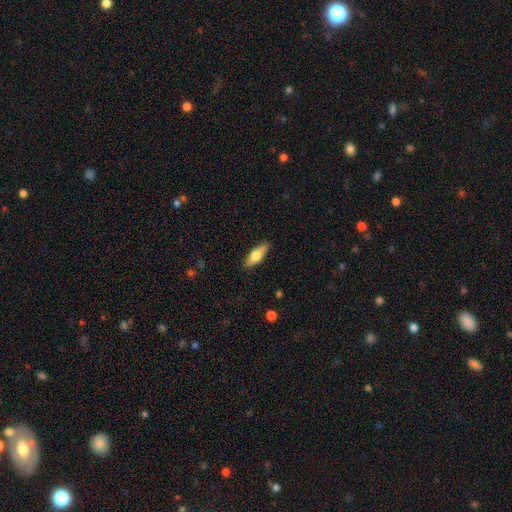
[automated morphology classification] smooth 61%, featured or disk 33%, star or artifact 6%. Down the decision tree: how rounded — in between (60%); merging — none (88%).